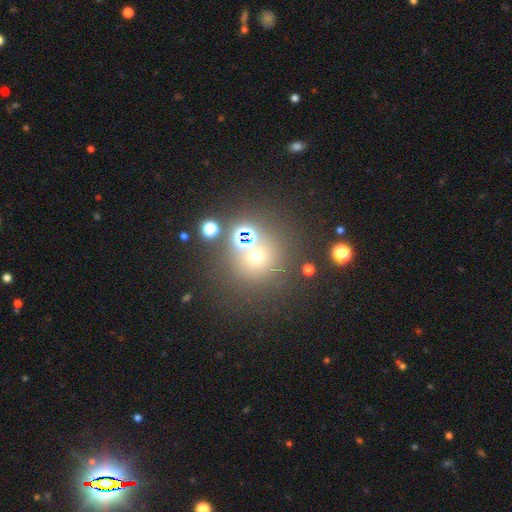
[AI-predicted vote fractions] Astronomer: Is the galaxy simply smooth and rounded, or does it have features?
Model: smooth — 58%.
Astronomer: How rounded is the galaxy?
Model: round — 90%.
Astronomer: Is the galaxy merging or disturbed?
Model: none — 72%.